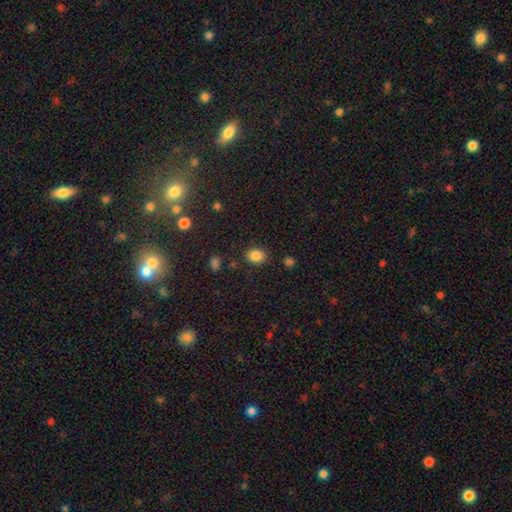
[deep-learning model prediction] smooth 85%, star or artifact 11%, featured or disk 4%. Down the decision tree: how rounded — in between (51%); merging — none (84%).